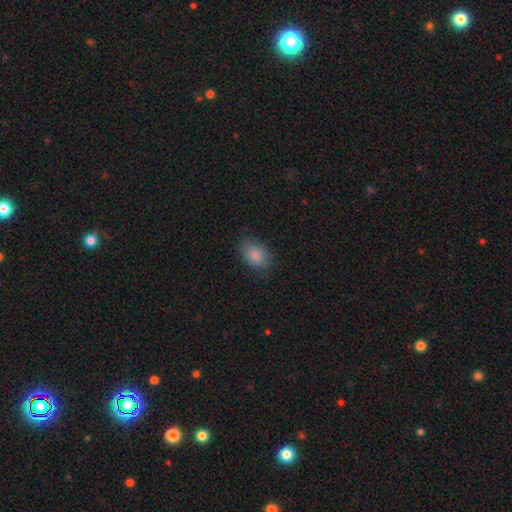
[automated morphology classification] Smooth or featured? Predicted: smooth (p=0.86). How rounded? Predicted: in between (p=0.83). Merging? Predicted: none (p=0.79).